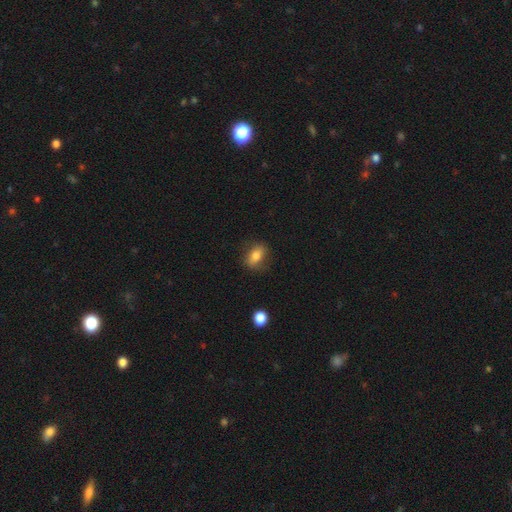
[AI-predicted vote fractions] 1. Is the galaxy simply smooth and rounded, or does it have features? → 77% smooth, 14% featured or disk, 9% star or artifact.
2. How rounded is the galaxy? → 78% in between, 18% round, 5% cigar-shaped.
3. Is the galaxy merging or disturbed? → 80% none, 15% minor disturbance, 4% major disturbance, 1% merger.